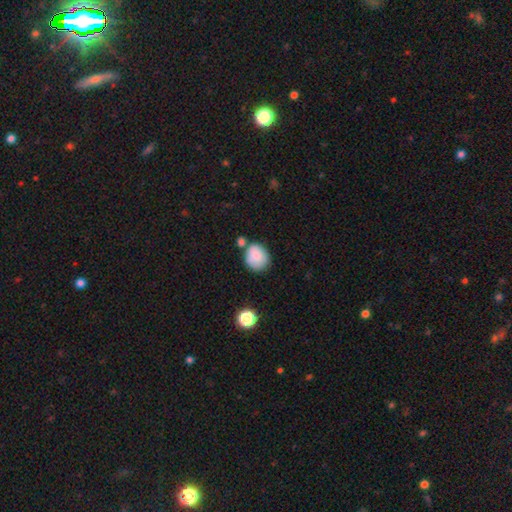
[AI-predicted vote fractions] A smooth galaxy with no disk features (84%) that is round (72%). Merging: none (61%).